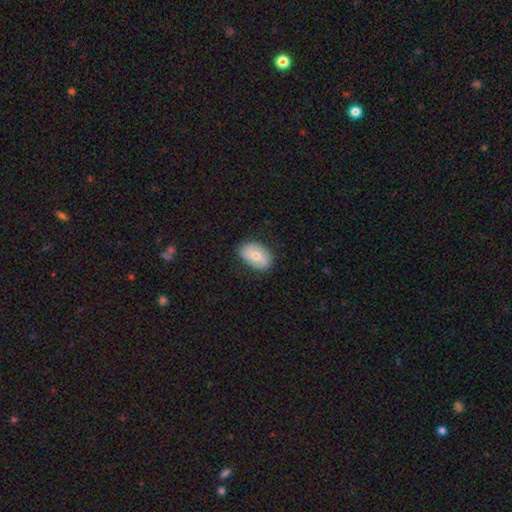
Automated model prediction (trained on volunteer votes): A smooth galaxy with no disk features (58%) that is in between round and cigar-shaped (82%). Merging: none (80%).